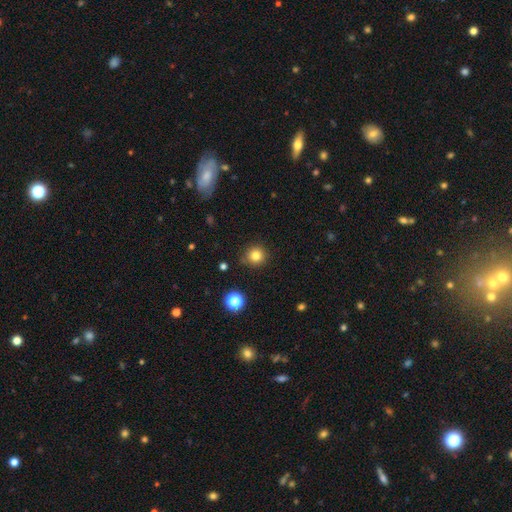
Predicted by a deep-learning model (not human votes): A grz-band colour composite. It shows a smooth galaxy with no disk features (81%) that is round (93%). Merging: none (86%).